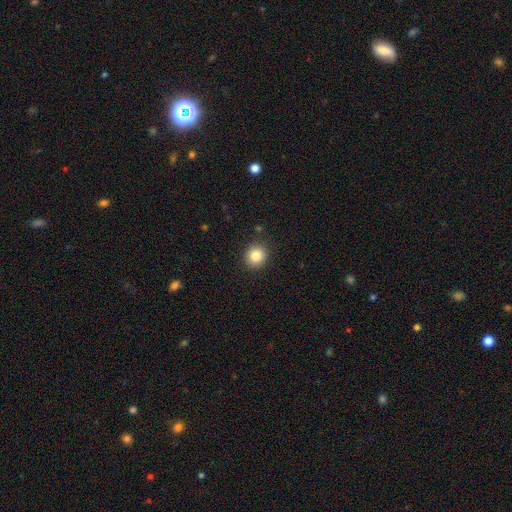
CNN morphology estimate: This is clearly a smooth galaxy (84%). How rounded: clearly round (83%). Merging: clearly none (89%).